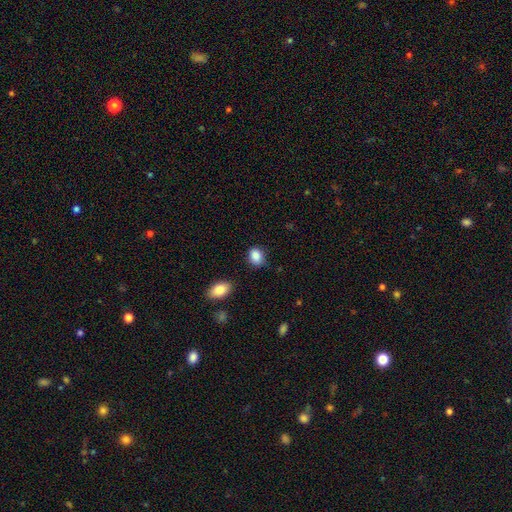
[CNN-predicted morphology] Smooth or featured? Predicted: smooth (p=0.87). How rounded? Predicted: in between (p=0.63). Merging? Predicted: none (p=0.81).